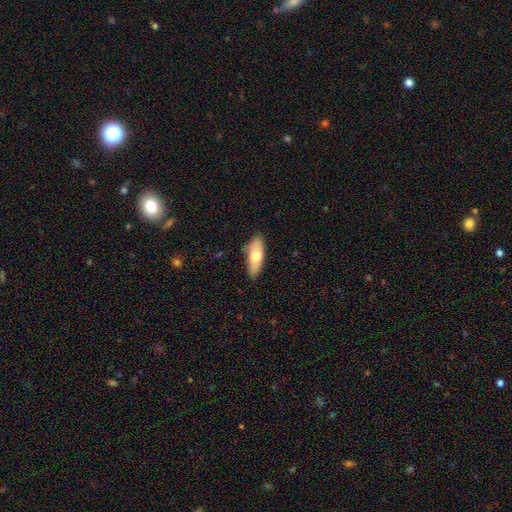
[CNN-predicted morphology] Smooth or featured?
  - smooth: 66% *
  - featured or disk: 28%
  - star or artifact: 6%
How rounded?
  - in between: 68% *
  - cigar-shaped: 29%
  - round: 3%
Merging?
  - none: 81% *
  - minor disturbance: 14%
  - major disturbance: 3%
  - merger: 2%